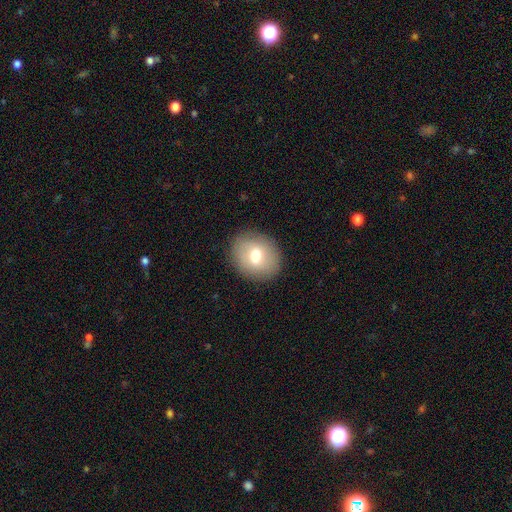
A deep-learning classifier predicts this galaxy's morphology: Smooth or featured?
  - smooth: 70% *
  - featured or disk: 21%
  - star or artifact: 9%
How rounded?
  - round: 61% *
  - in between: 38%
  - cigar-shaped: 1%
Merging?
  - none: 88% *
  - minor disturbance: 8%
  - major disturbance: 3%
  - merger: 1%